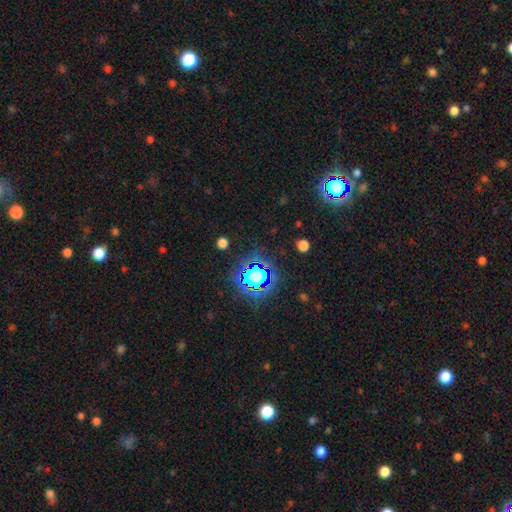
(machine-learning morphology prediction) star or artifact 77%, smooth 15%, featured or disk 8%.